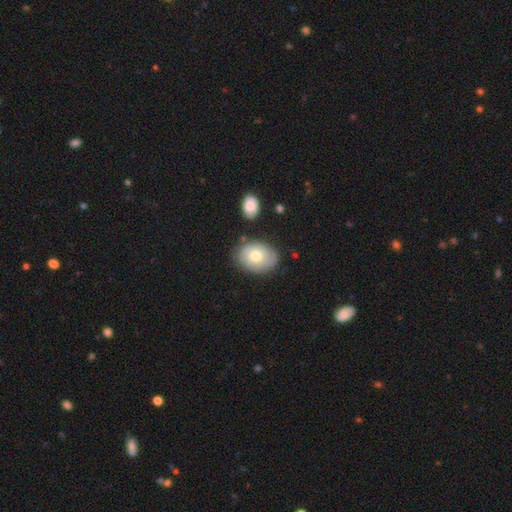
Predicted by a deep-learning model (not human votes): smooth_or_featured: smooth (p=0.53) [alt: featured or disk p=0.40]
how_rounded: in between (p=0.71) [alt: round p=0.28]
merging: none (p=0.72) [alt: minor disturbance p=0.19]